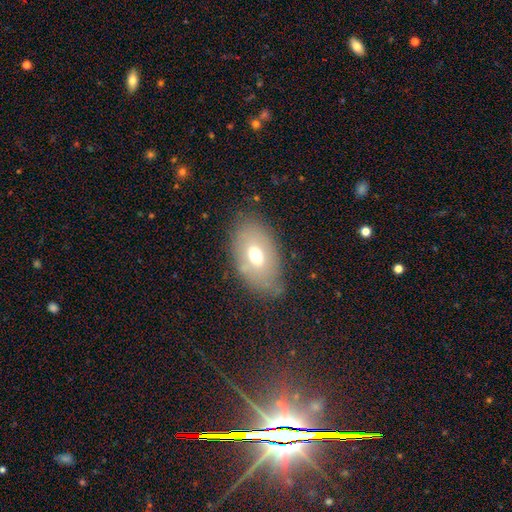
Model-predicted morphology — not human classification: smooth_or_featured: smooth (p=0.59) [alt: featured or disk p=0.31]
how_rounded: in between (p=0.90) [alt: round p=0.09]
merging: none (p=0.73) [alt: minor disturbance p=0.18]